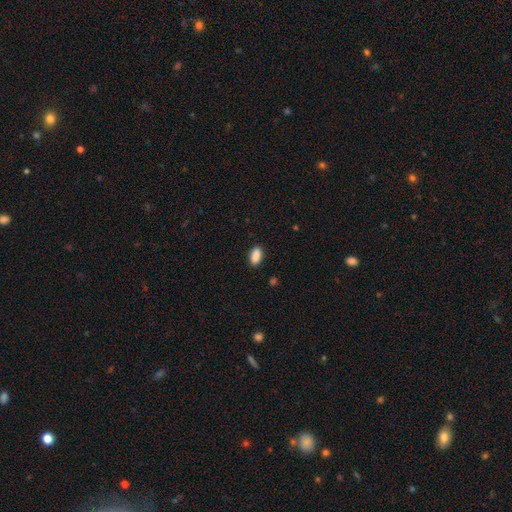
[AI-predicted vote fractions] This appears to be a smooth galaxy with no disk features (90%) that is in between round and cigar-shaped (91%). Merging: none (89%).